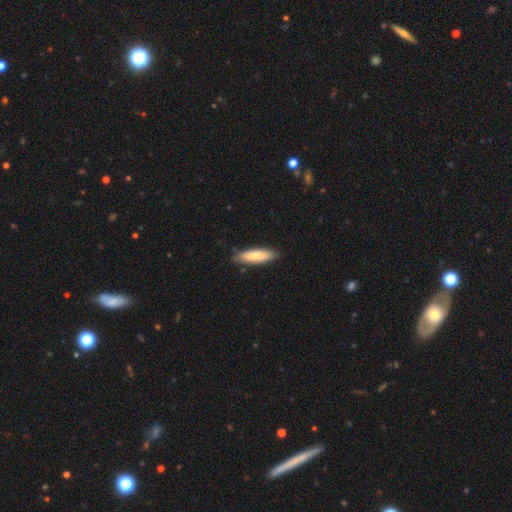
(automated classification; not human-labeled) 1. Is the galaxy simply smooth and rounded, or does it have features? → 78% smooth, 17% featured or disk, 5% star or artifact.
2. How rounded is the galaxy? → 61% cigar-shaped, 37% in between, 1% round.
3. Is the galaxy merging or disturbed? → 87% none, 10% minor disturbance, 2% major disturbance, 1% merger.